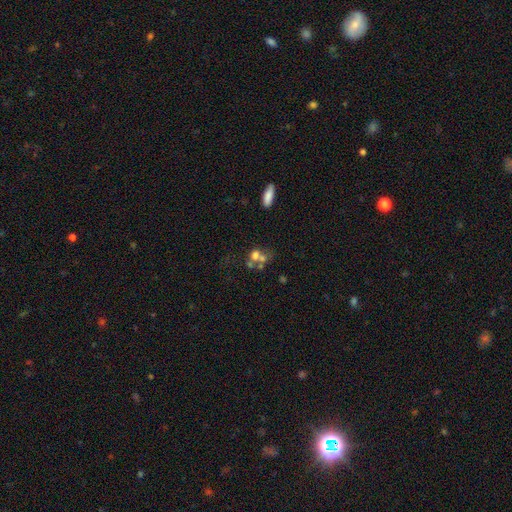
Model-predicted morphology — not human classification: smooth-or-featured: smooth: 57% | featured or disk: 29% | star or artifact: 15%
  how-rounded: round: 66% | in between: 32% | cigar-shaped: 2%
  merging: merger: 54% | none: 29% | minor disturbance: 9% | major disturbance: 8%